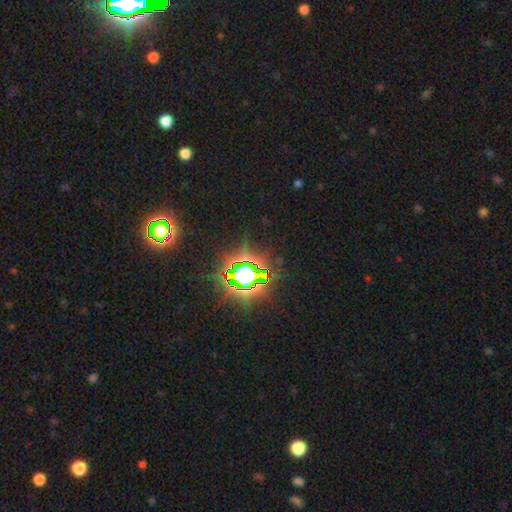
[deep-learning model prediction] A star or artifact, not a galaxy (83%).

Vote fractions:
- Smooth or featured? star or artifact: 83% / smooth: 10% / featured or disk: 7%